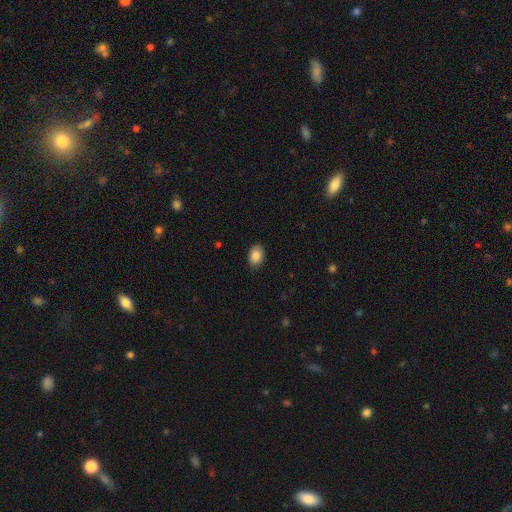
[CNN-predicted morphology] Q: Smooth or featured?
A: smooth (87%); runner-up: star or artifact (8%)
Q: How rounded?
A: in between (80%); runner-up: round (19%)
Q: Merging?
A: none (85%); runner-up: minor disturbance (12%)